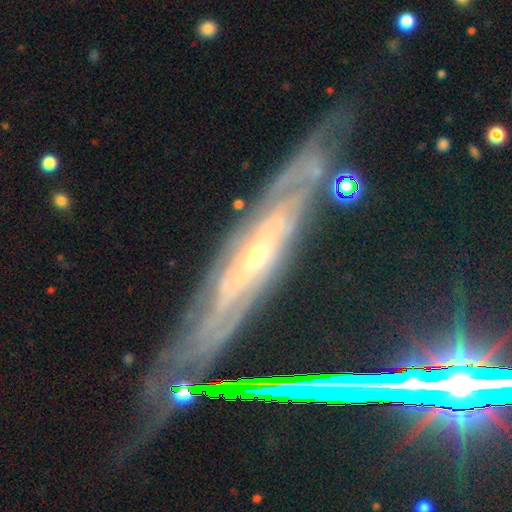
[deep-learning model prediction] Morphology: type=featured or disk (80%); edge-on=no (52%); merging=none (73%).